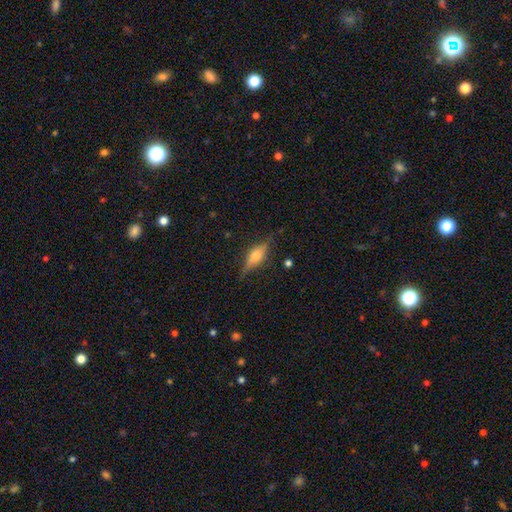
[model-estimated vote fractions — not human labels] The model was most divided on "smooth or featured": featured or disk: 47%, smooth: 44%, star or artifact: 9%. More confident: merging — none (76%).